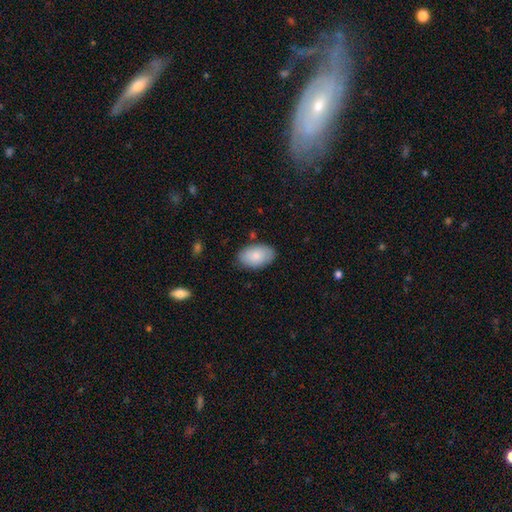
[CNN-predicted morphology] Overall: smooth (82%). How rounded: in between (93%). Merging: none (82%).